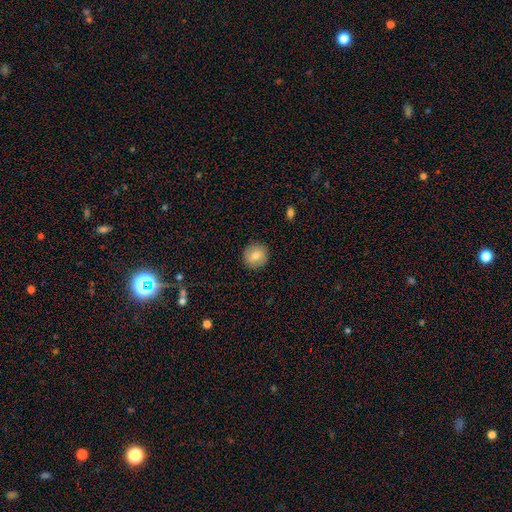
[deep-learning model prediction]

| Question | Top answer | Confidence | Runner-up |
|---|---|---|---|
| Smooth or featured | smooth | 77% | featured or disk (14%) |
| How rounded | round | 94% | in between (5%) |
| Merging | none | 91% | minor disturbance (6%) |